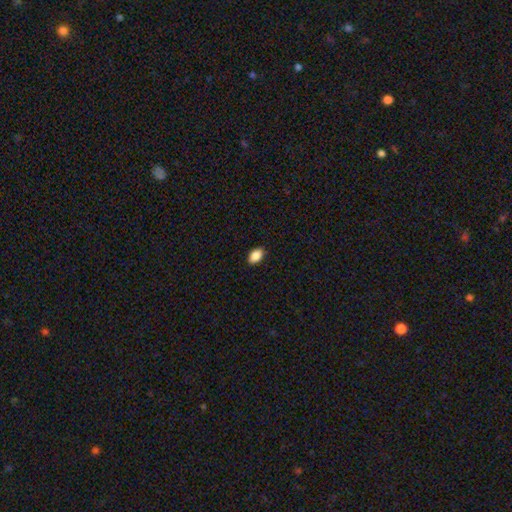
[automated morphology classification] smooth_or_featured: smooth (p=0.89) [alt: star or artifact p=0.08]
how_rounded: in between (p=0.90) [alt: round p=0.09]
merging: none (p=0.89) [alt: minor disturbance p=0.08]